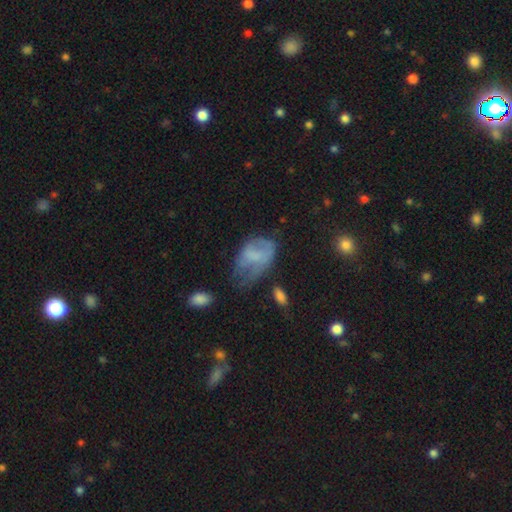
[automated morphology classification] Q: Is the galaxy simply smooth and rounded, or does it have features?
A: smooth — 53%.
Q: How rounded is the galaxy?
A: in between — 86%.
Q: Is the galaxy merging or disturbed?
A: major disturbance — 36%.